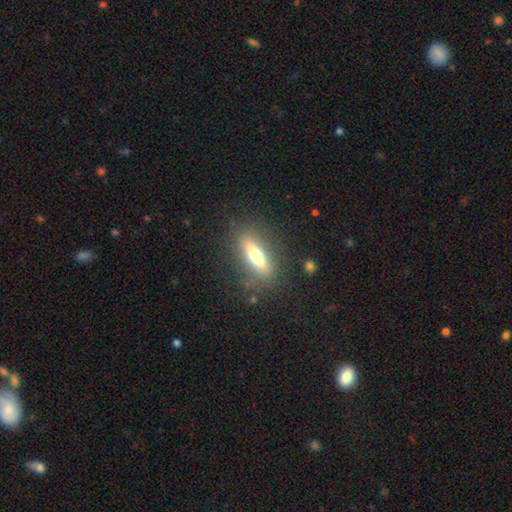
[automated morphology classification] smooth_or_featured: smooth (p=0.53) [alt: featured or disk p=0.39]
how_rounded: cigar-shaped (p=0.50) [alt: in between p=0.45]
merging: none (p=0.84) [alt: minor disturbance p=0.10]